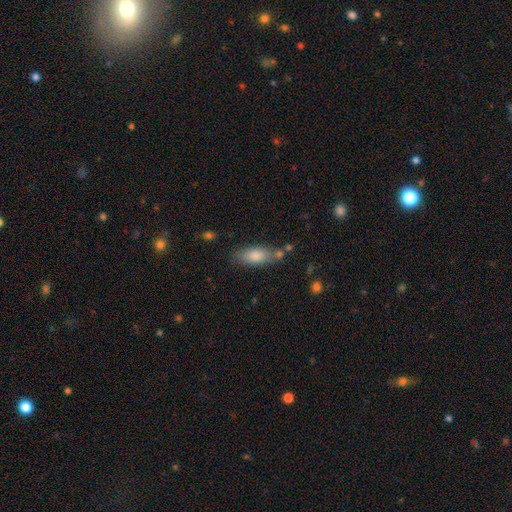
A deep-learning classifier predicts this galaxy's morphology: smooth 82%, featured or disk 11%, star or artifact 7%. Down the decision tree: how rounded — in between (78%); merging — none (66%).